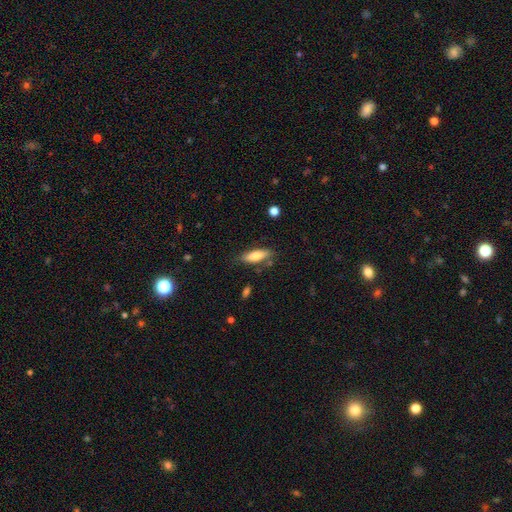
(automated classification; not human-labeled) smooth_or_featured: smooth (p=0.73) [alt: featured or disk p=0.20]
how_rounded: in between (p=0.58) [alt: cigar-shaped p=0.40]
merging: none (p=0.78) [alt: minor disturbance p=0.15]